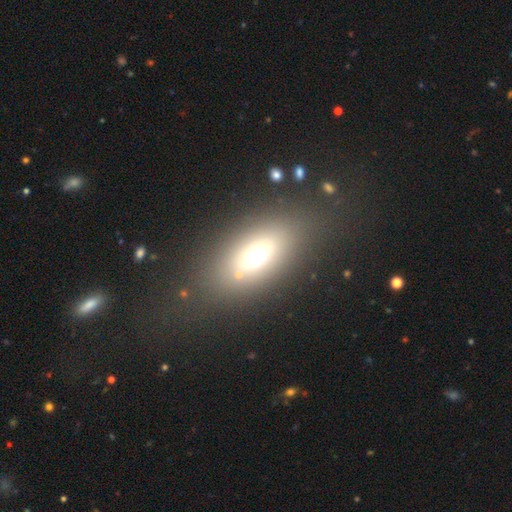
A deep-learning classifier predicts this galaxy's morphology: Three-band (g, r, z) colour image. It shows a smooth galaxy with no disk features (61%) that is in between round and cigar-shaped (79%). Merging: none (79%).